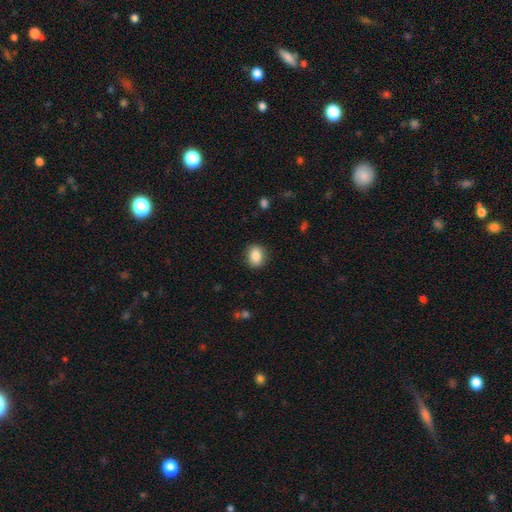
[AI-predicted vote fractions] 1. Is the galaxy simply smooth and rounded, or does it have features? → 85% smooth, 8% star or artifact, 7% featured or disk.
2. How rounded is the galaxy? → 52% in between, 47% round, 1% cigar-shaped.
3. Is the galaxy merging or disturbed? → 88% none, 9% minor disturbance, 2% major disturbance, 1% merger.